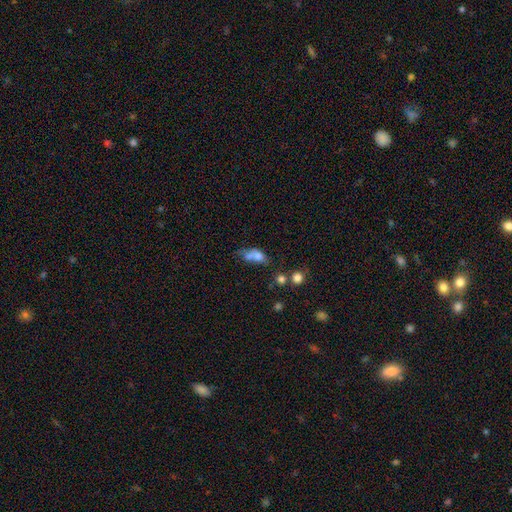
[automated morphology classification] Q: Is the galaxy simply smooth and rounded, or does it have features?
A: smooth — 67%.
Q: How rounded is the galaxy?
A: in between — 66%.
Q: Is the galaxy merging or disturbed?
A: merger — 54%.